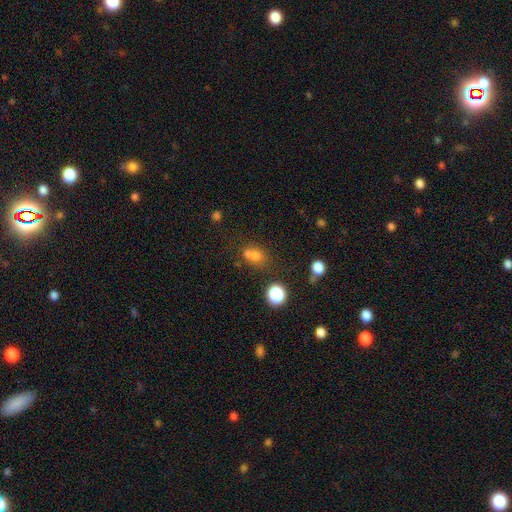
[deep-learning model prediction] This appears to be a smooth galaxy with no disk features (63%) that is round (65%). Merging: none (43%).